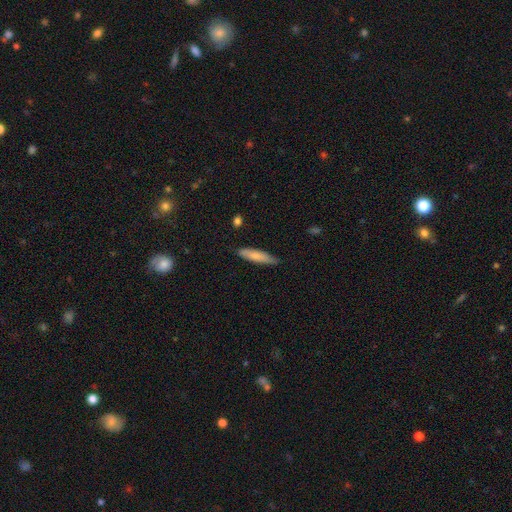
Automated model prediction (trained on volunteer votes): Smooth or featured? smooth (79%)
How rounded? cigar-shaped (80%)
Merging? none (78%)